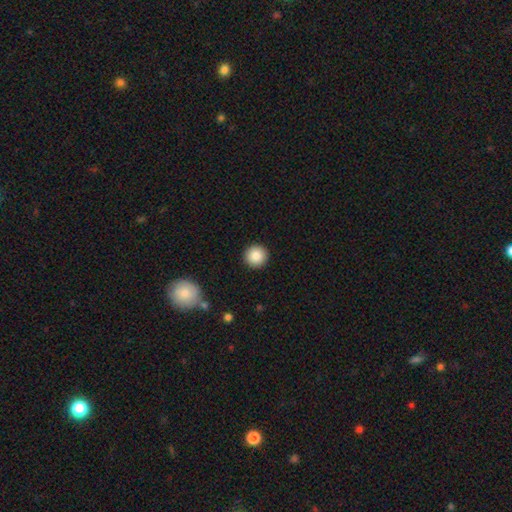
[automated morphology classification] Smooth or featured? smooth (87%)
How rounded? round (95%)
Merging? none (92%)